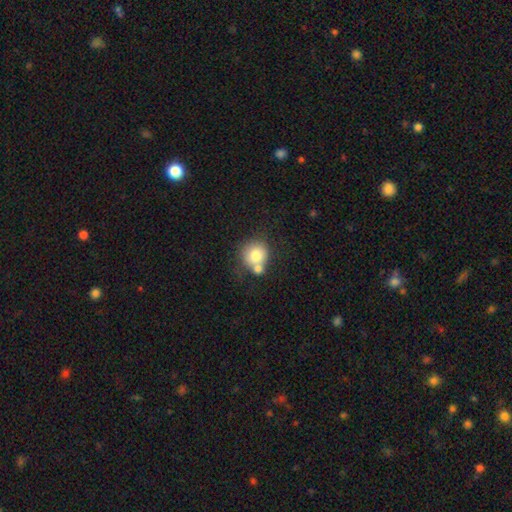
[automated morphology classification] smooth-or-featured: smooth: 76% | featured or disk: 15% | star or artifact: 9%
  how-rounded: round: 85% | in between: 14% | cigar-shaped: 1%
  merging: none: 44% | merger: 38% | minor disturbance: 12% | major disturbance: 5%